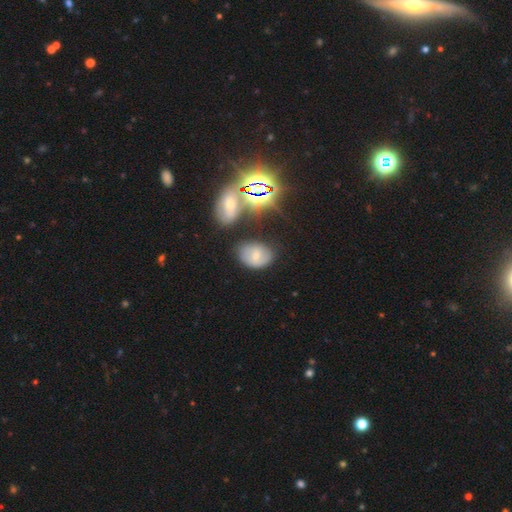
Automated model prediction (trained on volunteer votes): A smooth galaxy with no disk features (56%) that is in between round and cigar-shaped (70%). Merging: none (70%).